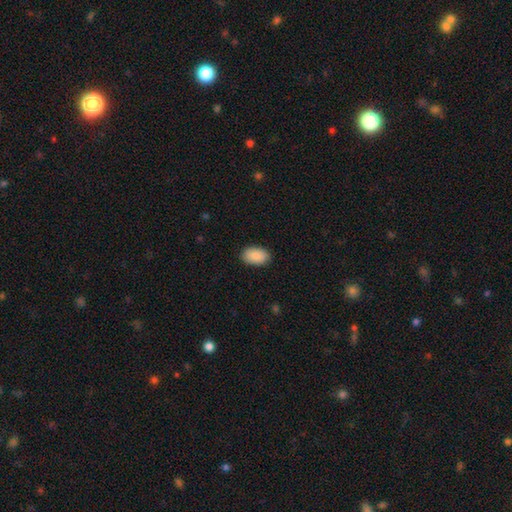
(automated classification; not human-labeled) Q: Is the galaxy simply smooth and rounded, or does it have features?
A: smooth — 90%.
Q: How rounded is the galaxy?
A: in between — 93%.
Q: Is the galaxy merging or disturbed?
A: none — 89%.